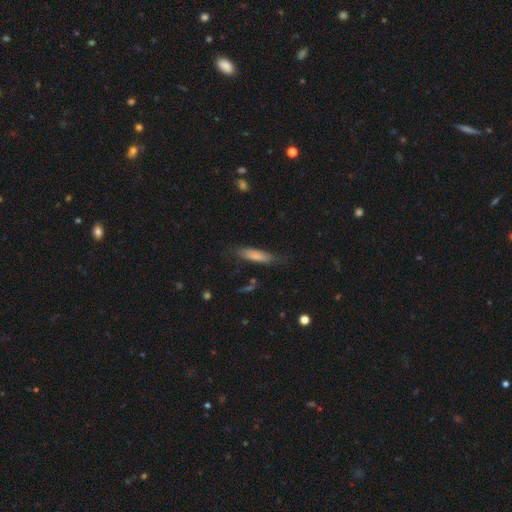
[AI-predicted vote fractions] smooth 76%, featured or disk 17%, star or artifact 7%. Down the decision tree: how rounded — cigar-shaped (62%); merging — none (69%).